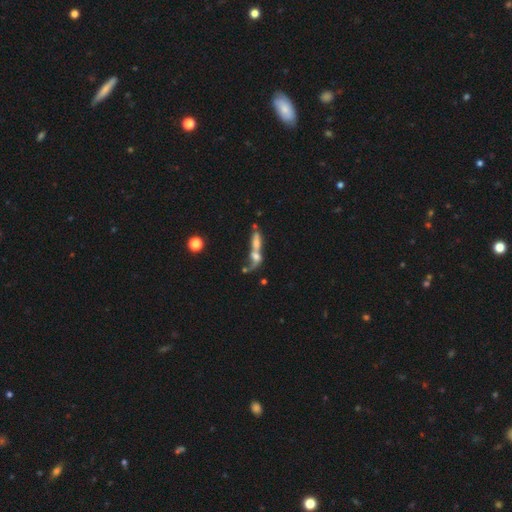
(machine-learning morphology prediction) Smooth or featured? Predicted: featured or disk (p=0.43, tied with smooth). Merging? Predicted: merger (p=0.69).